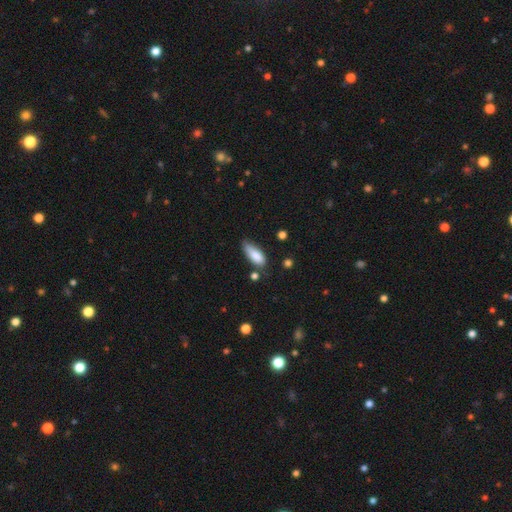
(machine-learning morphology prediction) Smooth or featured? smooth (83%)
How rounded? in between (72%)
Merging? none (53%)